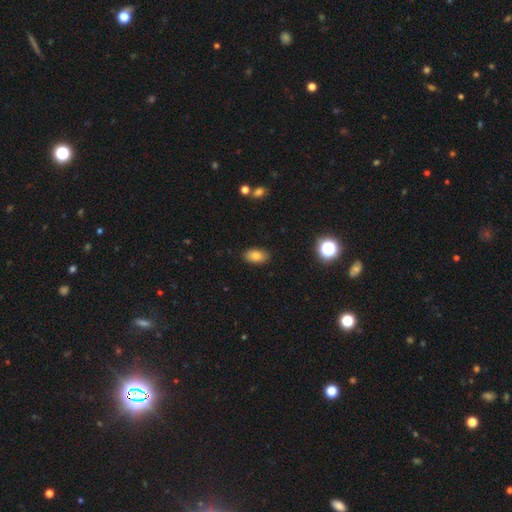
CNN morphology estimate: The model was most divided on "smooth or featured": smooth: 79%, featured or disk: 11%, star or artifact: 10%. More confident: how rounded — in between (91%); merging — none (88%).